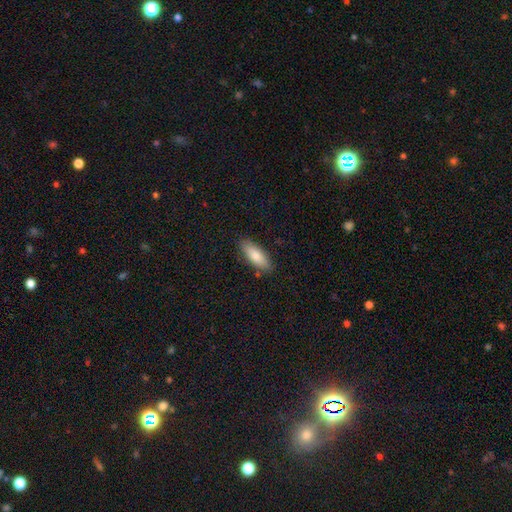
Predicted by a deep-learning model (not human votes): Morphology: type=smooth (81%); roundness=in between (71%); merging=none (84%).